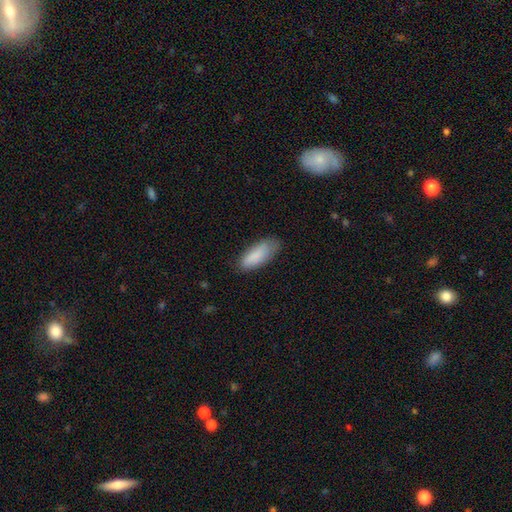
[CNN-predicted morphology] The model was most divided on "merging": none: 68%, minor disturbance: 25%, major disturbance: 5%, merger: 1%. More confident: smooth or featured — smooth (85%); how rounded — in between (74%).